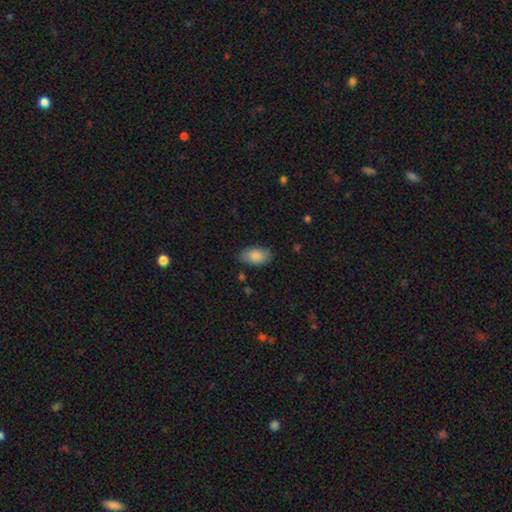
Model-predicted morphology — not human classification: This appears to be a smooth galaxy with no disk features (86%) that is in between round and cigar-shaped (93%). Merging: none (79%).